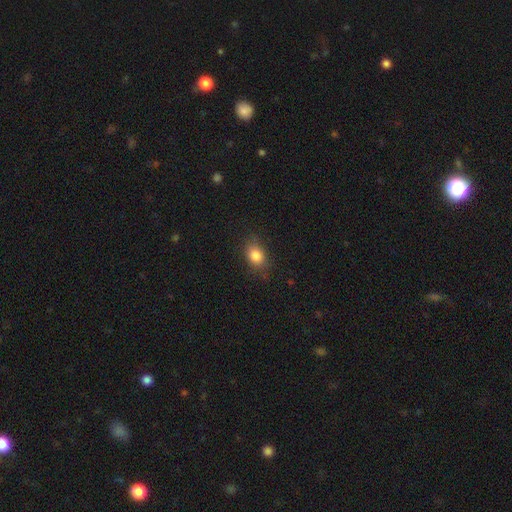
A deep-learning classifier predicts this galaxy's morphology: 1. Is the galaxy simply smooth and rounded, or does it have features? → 84% smooth, 10% star or artifact, 7% featured or disk.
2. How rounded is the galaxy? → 66% in between, 33% round, 2% cigar-shaped.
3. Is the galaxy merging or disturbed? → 76% none, 18% minor disturbance, 5% major disturbance, 1% merger.